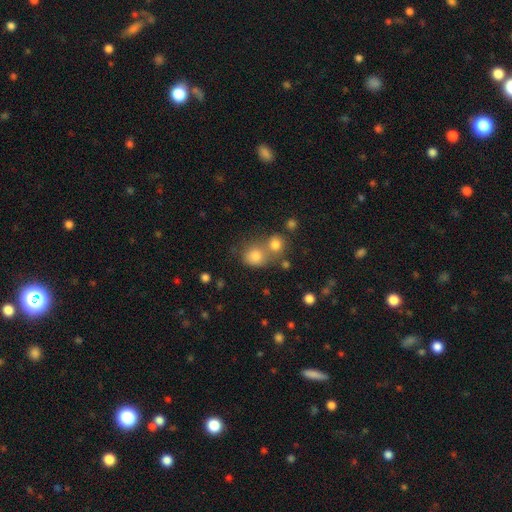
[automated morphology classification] smooth 77%, star or artifact 14%, featured or disk 9%. Down the decision tree: how rounded — round (74%); merging — merger (44%).